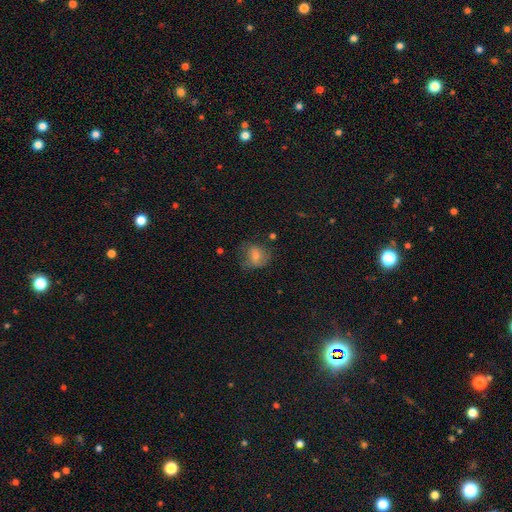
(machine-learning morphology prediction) smooth_or_featured: smooth (p=0.65) [alt: featured or disk p=0.24]
how_rounded: round (p=0.57) [alt: in between p=0.42]
merging: none (p=0.56) [alt: minor disturbance p=0.26]